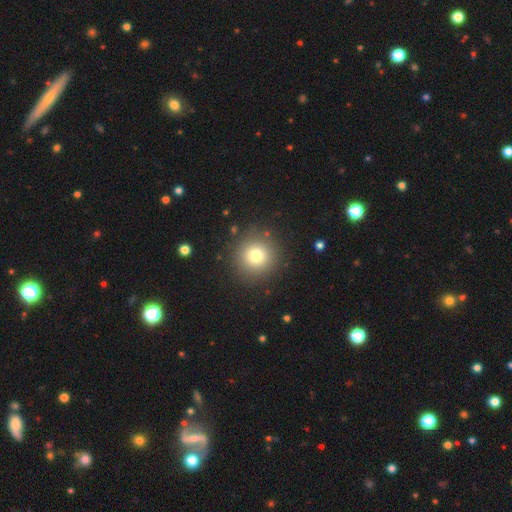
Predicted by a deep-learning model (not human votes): smooth-or-featured: smooth: 77% | star or artifact: 13% | featured or disk: 10%
  how-rounded: round: 95% | in between: 4% | cigar-shaped: 1%
  merging: none: 89% | minor disturbance: 6% | major disturbance: 3% | merger: 2%